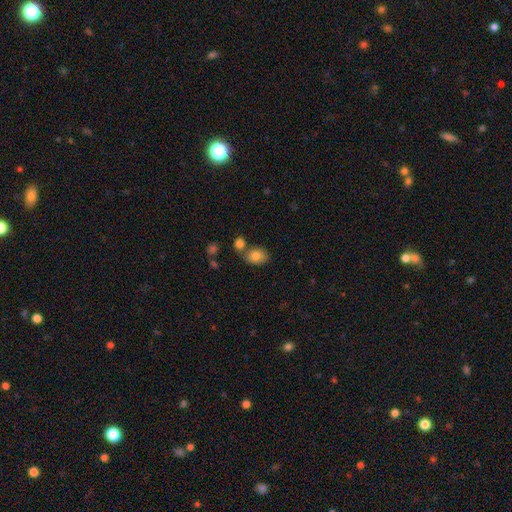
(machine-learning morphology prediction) smooth_or_featured: smooth (p=0.82) [alt: featured or disk p=0.09]
how_rounded: in between (p=0.64) [alt: round p=0.35]
merging: none (p=0.61) [alt: merger p=0.23]